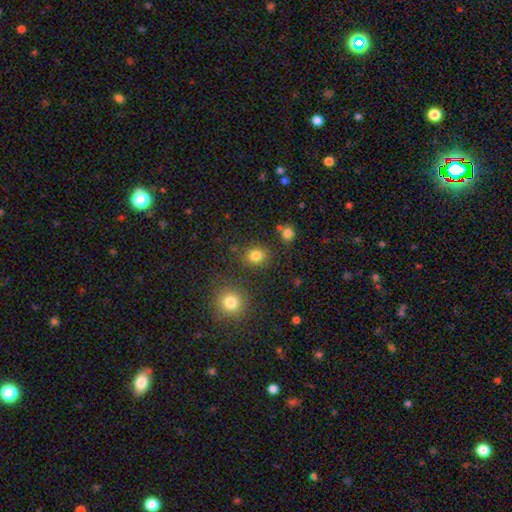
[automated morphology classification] A smooth galaxy with no disk features (82%) that is round (74%). Merging: none (83%).